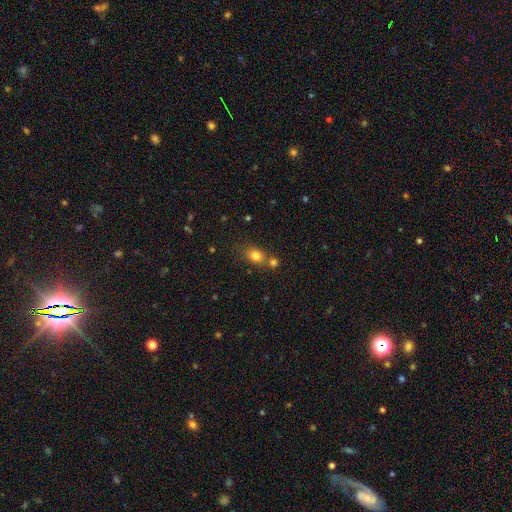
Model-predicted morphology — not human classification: smooth 80%, star or artifact 12%, featured or disk 8%. Down the decision tree: how rounded — in between (57%); merging — none (54%).